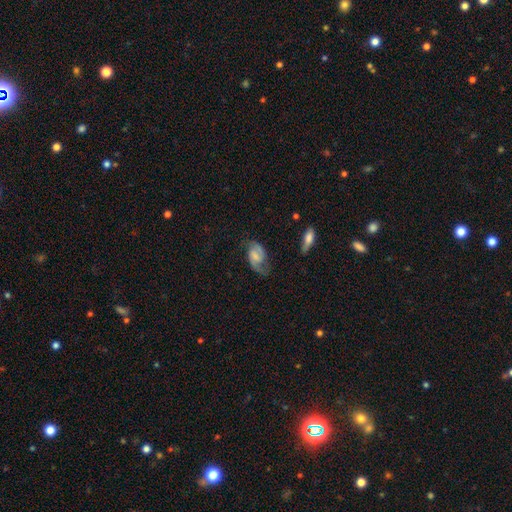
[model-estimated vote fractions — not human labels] Smooth or featured: featured or disk — 66% (smooth — 27%)
Edge-on disk: no — 96% (yes — 4%)
Bar: weak — 49% (no — 37%)
Spiral arms: yes — 90% (no — 10%)
Spiral winding: medium — 48% (loose — 29%)
Spiral arm count: 2 — 80% (1 — 9%)
Bulge size: small — 33% (moderate — 29%)
Merging: none — 56% (minor disturbance — 26%)